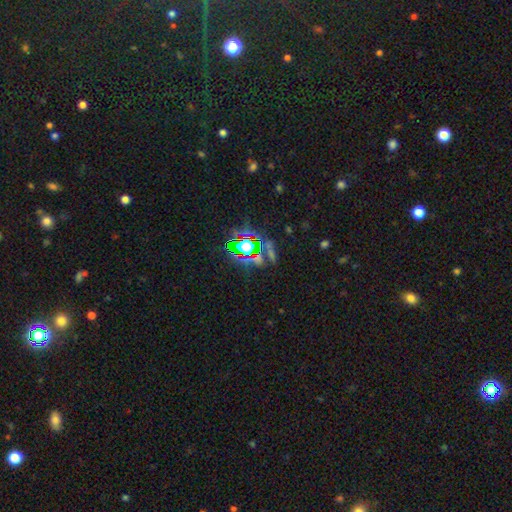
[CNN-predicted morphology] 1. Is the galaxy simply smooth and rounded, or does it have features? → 60% star or artifact, 26% smooth, 14% featured or disk.